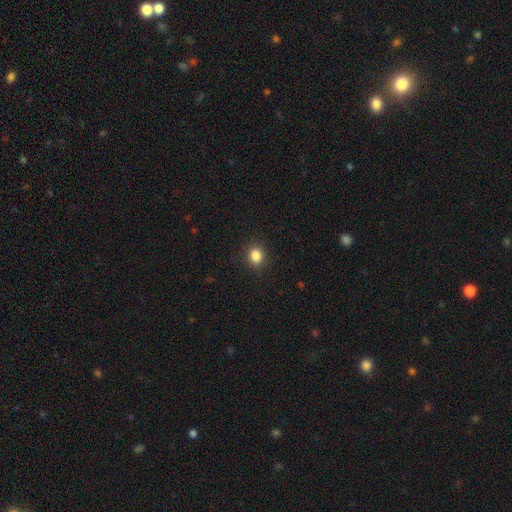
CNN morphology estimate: This appears to be a smooth galaxy with no disk features (85%) that is round (65%). Merging: none (90%).